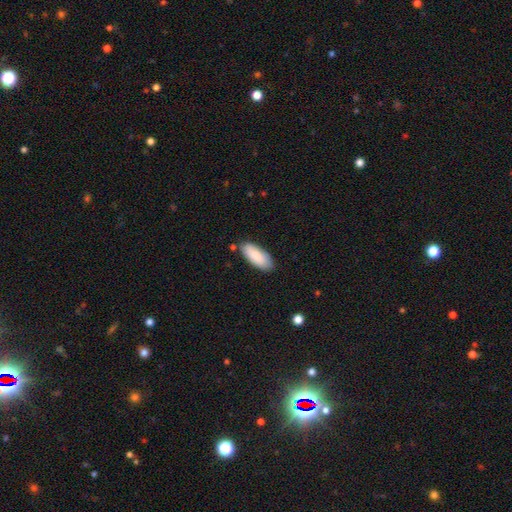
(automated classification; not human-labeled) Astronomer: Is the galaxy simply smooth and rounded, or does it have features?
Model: smooth — 87%.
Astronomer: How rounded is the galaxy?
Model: in between — 82%.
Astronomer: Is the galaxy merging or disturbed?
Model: none — 81%.